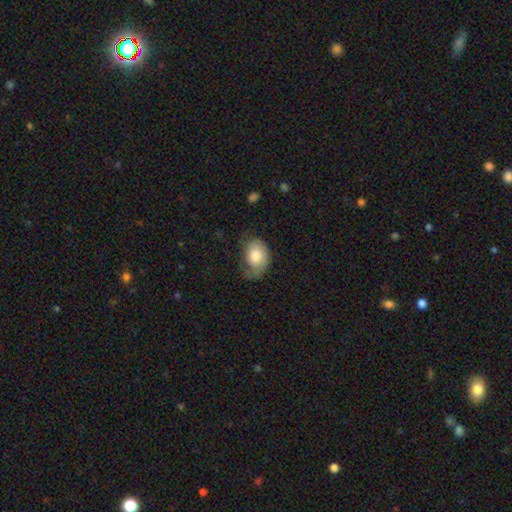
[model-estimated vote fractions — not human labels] smooth-or-featured: smooth: 72% | featured or disk: 21% | star or artifact: 7%
  how-rounded: in between: 76% | round: 23% | cigar-shaped: 1%
  merging: none: 41% | minor disturbance: 35% | major disturbance: 22% | merger: 2%